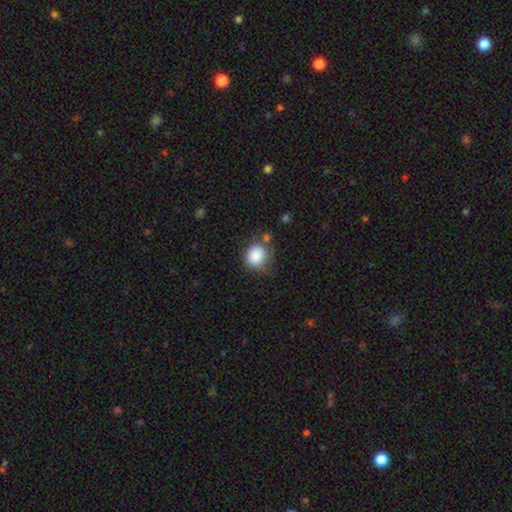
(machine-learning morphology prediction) A smooth galaxy with no disk features (84%) that is round (69%). Merging: none (54%).